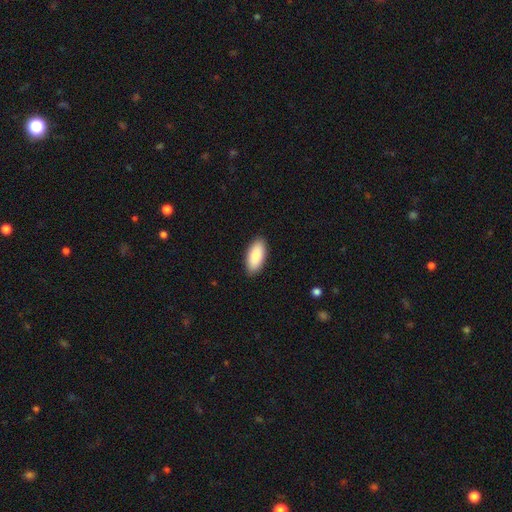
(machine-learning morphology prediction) Overall: smooth (86%). How rounded: in between (90%). Merging: none (90%).